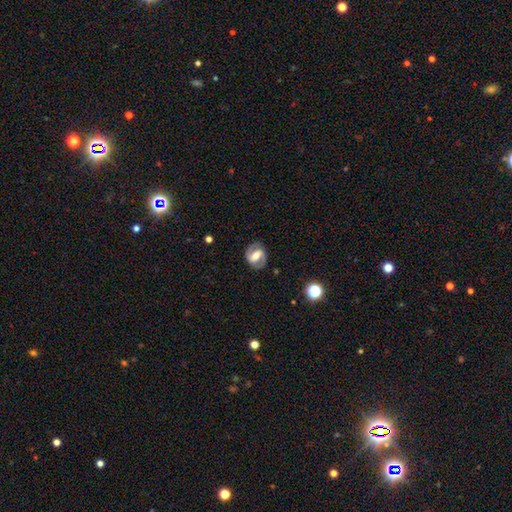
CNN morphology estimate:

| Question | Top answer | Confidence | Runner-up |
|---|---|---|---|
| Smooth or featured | featured or disk | 75% | smooth (19%) |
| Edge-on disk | no | 96% | yes (4%) |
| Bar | strong | 46% | weak (37%) |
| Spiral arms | yes | 87% | no (13%) |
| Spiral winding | medium | 49% | tight (36%) |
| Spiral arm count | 2 | 89% | can't tell (5%) |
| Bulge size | moderate | 61% | small (18%) |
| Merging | none | 83% | minor disturbance (12%) |